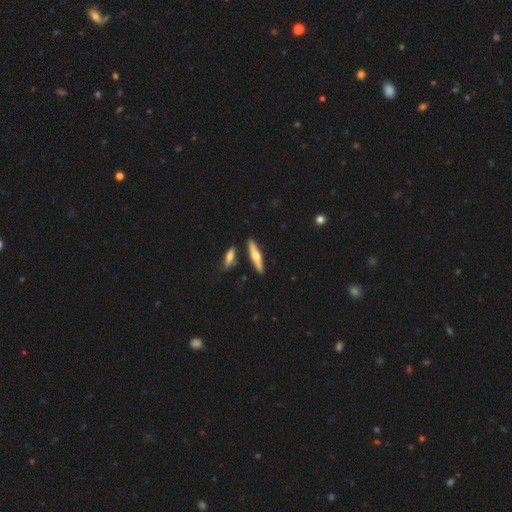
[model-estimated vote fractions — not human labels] The model was most divided on "smooth or featured": featured or disk: 54%, smooth: 41%, star or artifact: 5%. More confident: edge-on disk — yes (94%); edge-on bulge — rounded (92%); merging — none (85%).